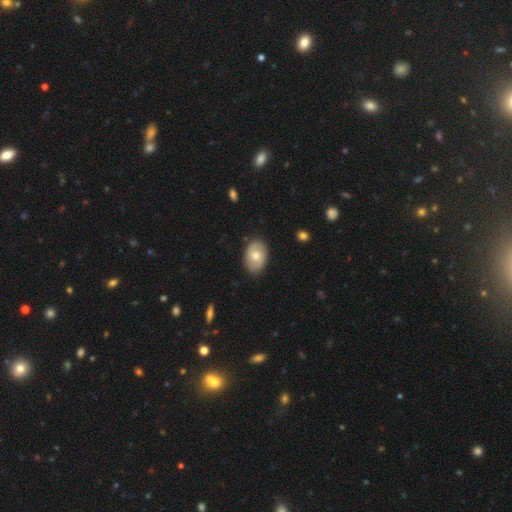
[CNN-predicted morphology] A smooth galaxy with no disk features (61%) that is in between round and cigar-shaped (83%).

Vote fractions:
- Smooth or featured? smooth: 61% / featured or disk: 33% / star or artifact: 6%
- How rounded? in between: 83% / round: 15% / cigar-shaped: 1%
- Merging? none: 84% / minor disturbance: 12% / major disturbance: 2% / merger: 1%